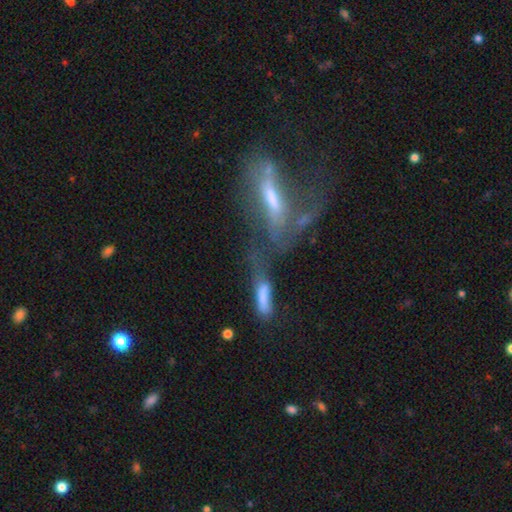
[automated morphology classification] This is likely a featured or disk galaxy (64%). It is possibly not viewed edge-on (58%). Merging: marginally merger (45%).